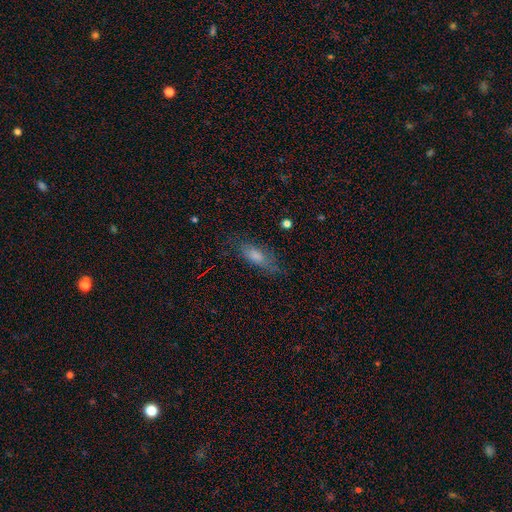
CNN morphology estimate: A smooth galaxy with no disk features (55%) that is in between round and cigar-shaped (60%). Merging: none (71%).